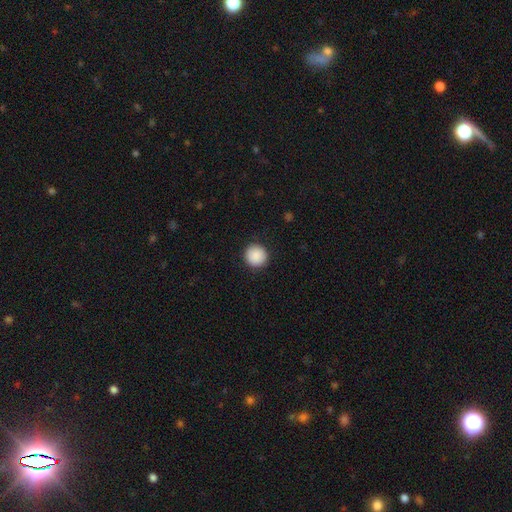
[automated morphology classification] Smooth or featured?
  - smooth: 90% *
  - star or artifact: 8%
  - featured or disk: 3%
How rounded?
  - round: 95% *
  - in between: 4%
  - cigar-shaped: 1%
Merging?
  - none: 91% *
  - minor disturbance: 6%
  - major disturbance: 2%
  - merger: 1%